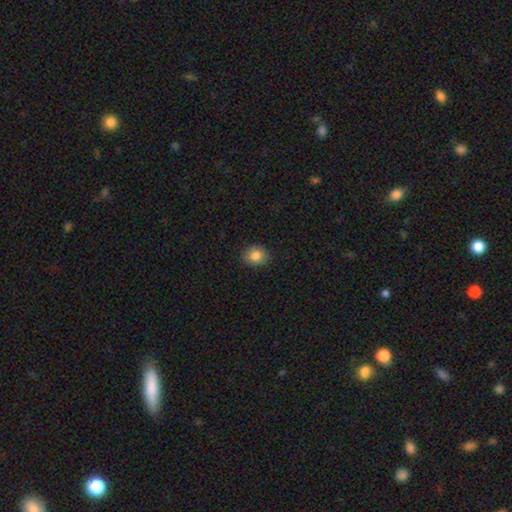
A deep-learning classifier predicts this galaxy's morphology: type=smooth (84%); roundness=round (61%); merging=none (87%).